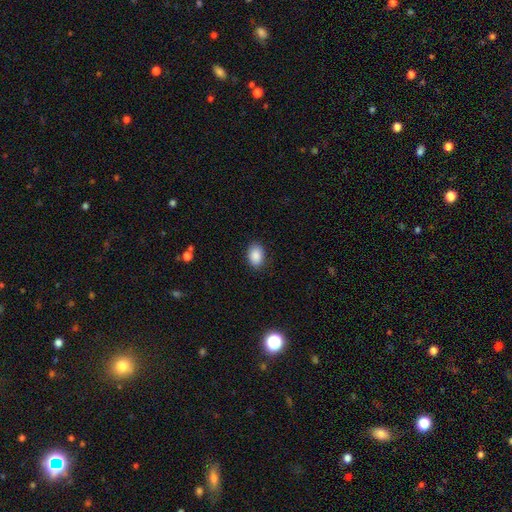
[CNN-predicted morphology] This appears to be a smooth galaxy with no disk features (89%) that is in between round and cigar-shaped (82%). Merging: none (88%).